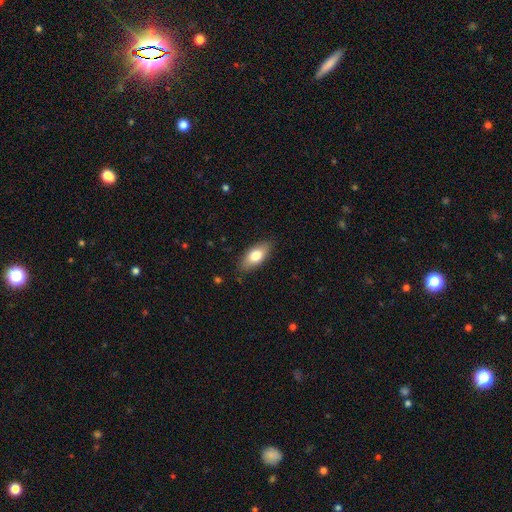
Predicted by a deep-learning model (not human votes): This appears to be a smooth galaxy with no disk features (77%) that is in between round and cigar-shaped (86%). Merging: none (85%).